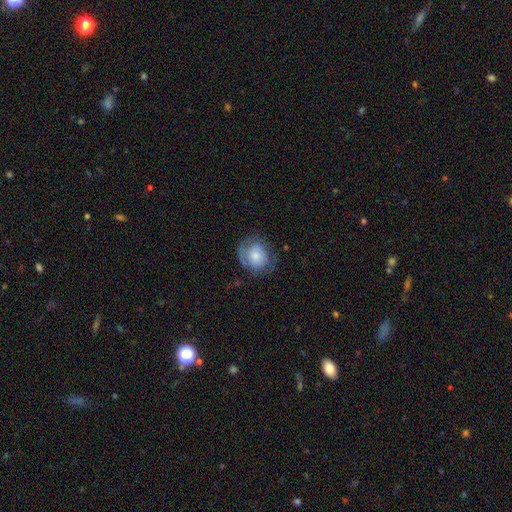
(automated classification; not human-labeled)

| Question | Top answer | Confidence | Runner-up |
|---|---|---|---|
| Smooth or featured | smooth | 53% | featured or disk (39%) |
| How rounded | round | 69% | in between (30%) |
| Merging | none | 59% | minor disturbance (25%) |